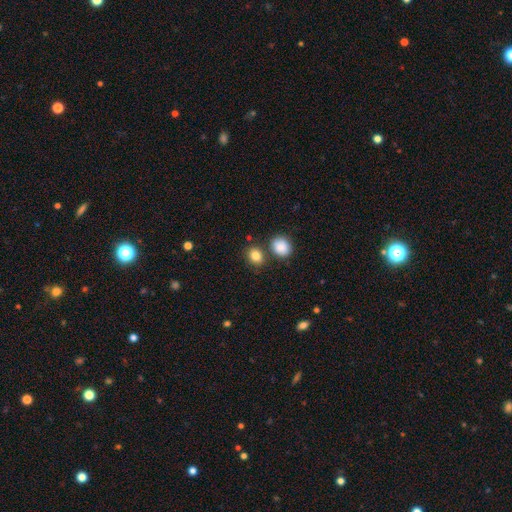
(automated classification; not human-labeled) A smooth galaxy with no disk features (84%) that is round (56%). Merging: none (72%).